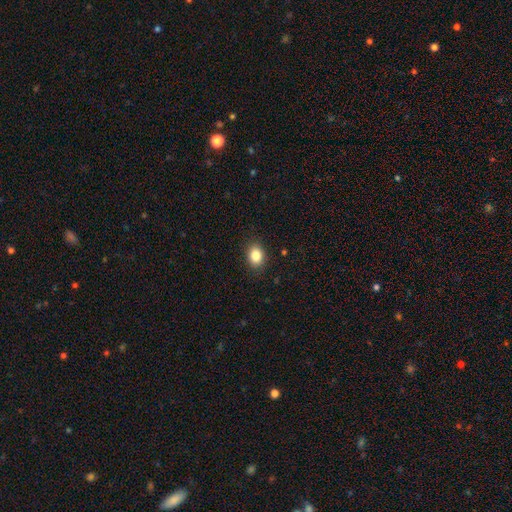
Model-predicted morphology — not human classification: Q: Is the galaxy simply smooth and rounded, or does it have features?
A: smooth — 85%.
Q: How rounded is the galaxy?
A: in between — 65%.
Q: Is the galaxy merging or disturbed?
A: none — 88%.